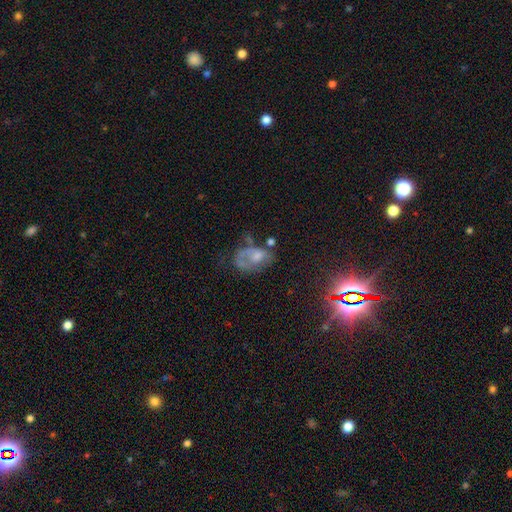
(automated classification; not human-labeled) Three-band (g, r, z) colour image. It shows a featured or disk galaxy (48%). Merging: none (38%).